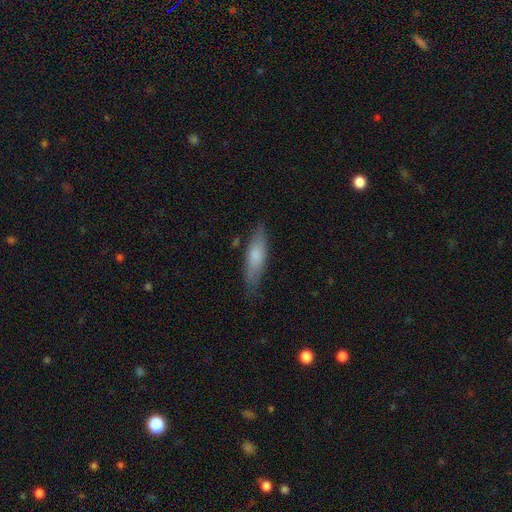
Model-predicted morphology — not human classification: Overall: smooth (70%). How rounded: cigar-shaped (63%; in between 36%). Merging: none (77%).